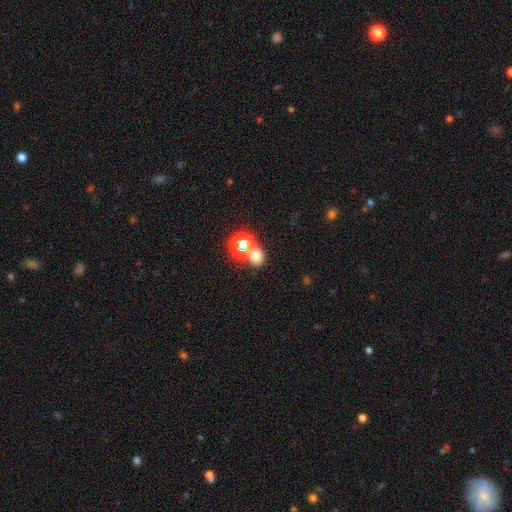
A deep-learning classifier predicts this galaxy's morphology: A smooth galaxy with no disk features (61%) that is round (75%). Merging: none (58%).